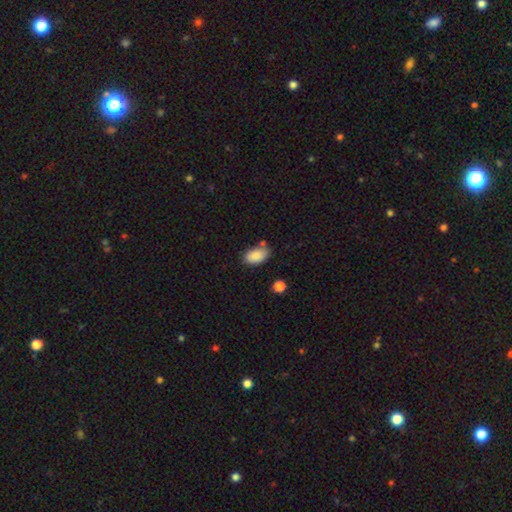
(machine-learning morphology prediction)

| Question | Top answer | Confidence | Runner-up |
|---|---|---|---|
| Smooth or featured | smooth | 87% | star or artifact (7%) |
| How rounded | in between | 93% | round (5%) |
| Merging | none | 70% | minor disturbance (19%) |